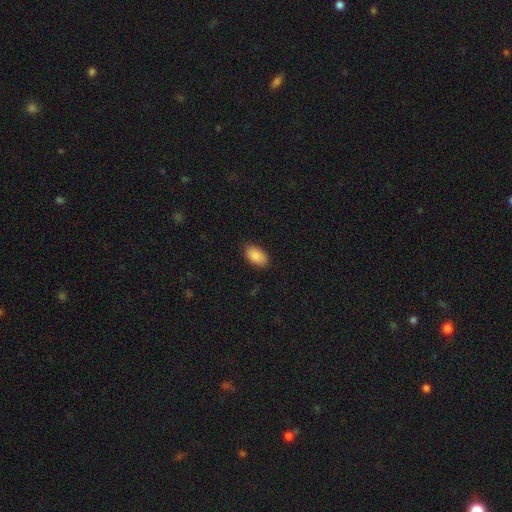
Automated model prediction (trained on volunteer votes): smooth_or_featured: smooth (p=0.89) [alt: star or artifact p=0.07]
how_rounded: in between (p=0.94) [alt: round p=0.04]
merging: none (p=0.84) [alt: minor disturbance p=0.12]